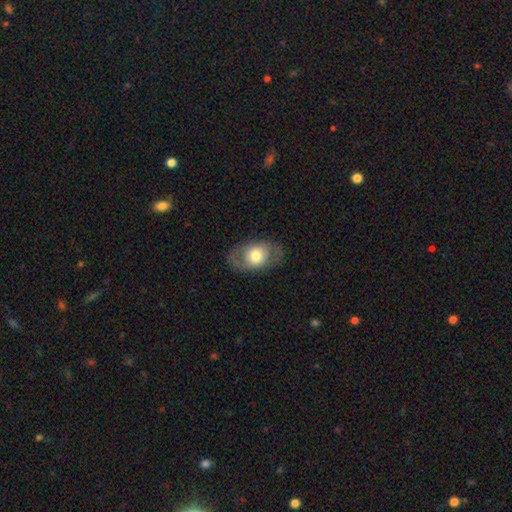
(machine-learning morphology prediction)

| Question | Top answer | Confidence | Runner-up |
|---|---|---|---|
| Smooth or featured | smooth | 52% | featured or disk (42%) |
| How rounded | in between | 74% | round (24%) |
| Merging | none | 78% | minor disturbance (13%) |